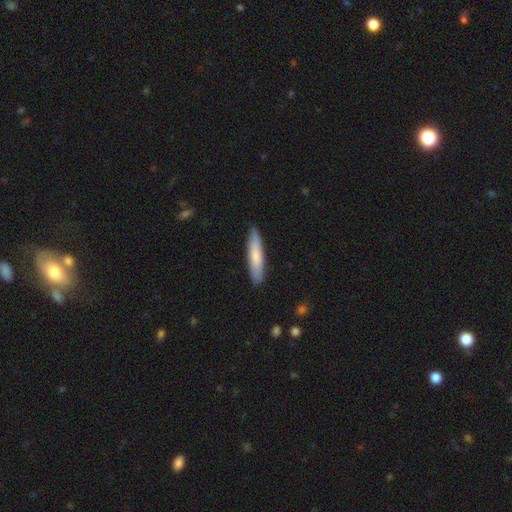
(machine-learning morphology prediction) This appears to be a smooth galaxy with no disk features (75%) that is cigar-shaped (83%). Merging: none (88%).